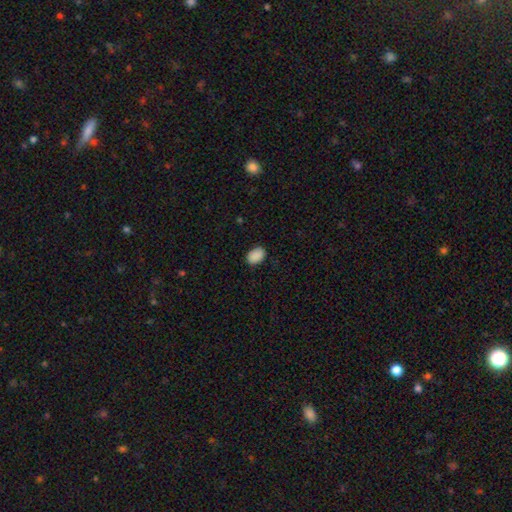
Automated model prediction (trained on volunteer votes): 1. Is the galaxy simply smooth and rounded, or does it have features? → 89% smooth, 8% star or artifact, 3% featured or disk.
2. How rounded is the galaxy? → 82% in between, 17% round, 1% cigar-shaped.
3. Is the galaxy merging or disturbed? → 85% none, 12% minor disturbance, 2% major disturbance, 1% merger.